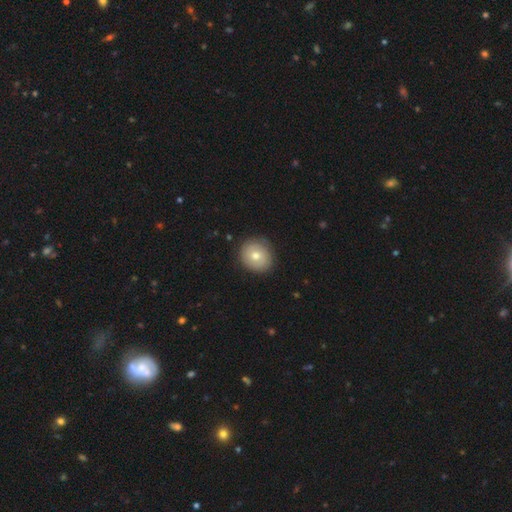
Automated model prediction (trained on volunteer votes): This is likely a smooth galaxy (70%). How rounded: likely round (77%). Merging: clearly none (85%).